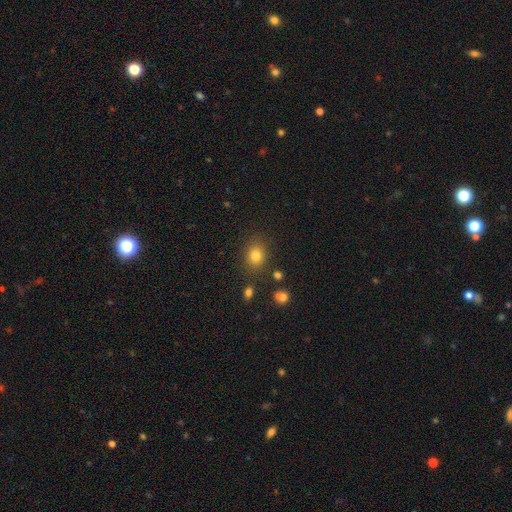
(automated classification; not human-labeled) Overall: smooth (80%). How rounded: round (55%; in between 44%). Merging: none (82%).